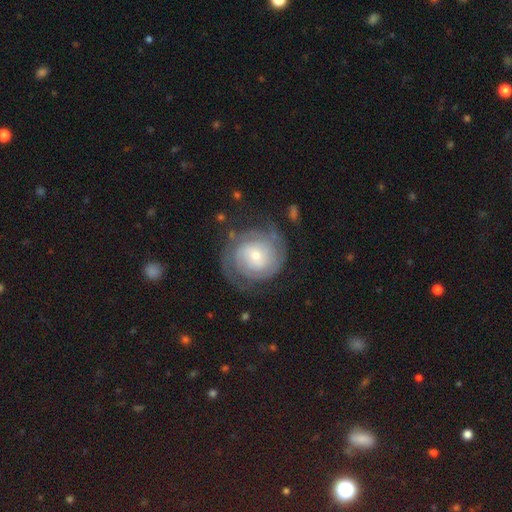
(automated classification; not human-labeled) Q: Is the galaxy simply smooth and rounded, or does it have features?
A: featured or disk — 78%.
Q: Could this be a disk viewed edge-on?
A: no — 98%.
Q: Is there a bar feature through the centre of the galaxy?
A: no — 65%.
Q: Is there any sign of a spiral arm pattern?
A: yes — 93%.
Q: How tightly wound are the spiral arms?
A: tight — 70%.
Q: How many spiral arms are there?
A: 2 — 46%.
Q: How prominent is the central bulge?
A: small — 58%.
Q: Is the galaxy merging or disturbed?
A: none — 71%.